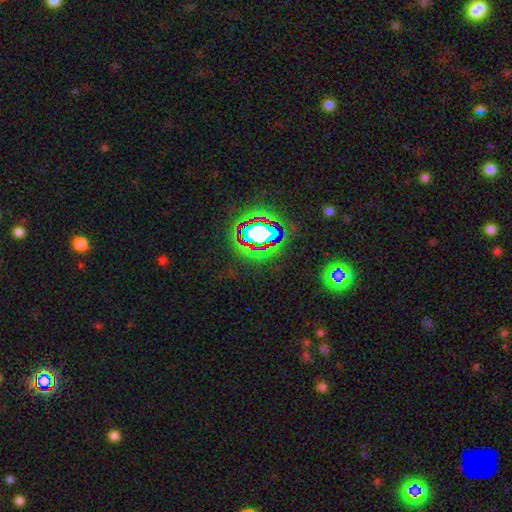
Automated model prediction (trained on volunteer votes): Overall: star or artifact (67%).